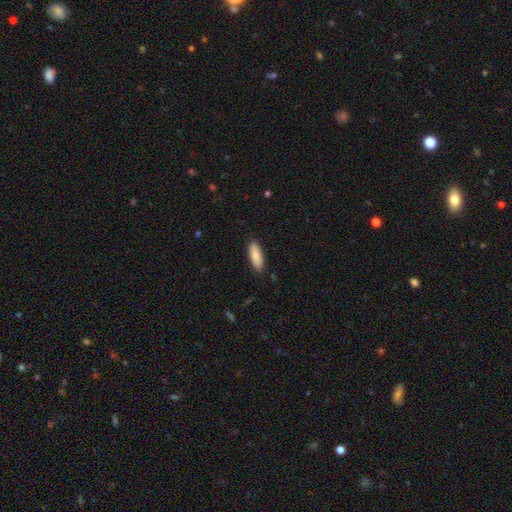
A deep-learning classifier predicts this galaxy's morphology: Overall: smooth (86%). How rounded: in between (59%; cigar-shaped 40%). Merging: none (88%).